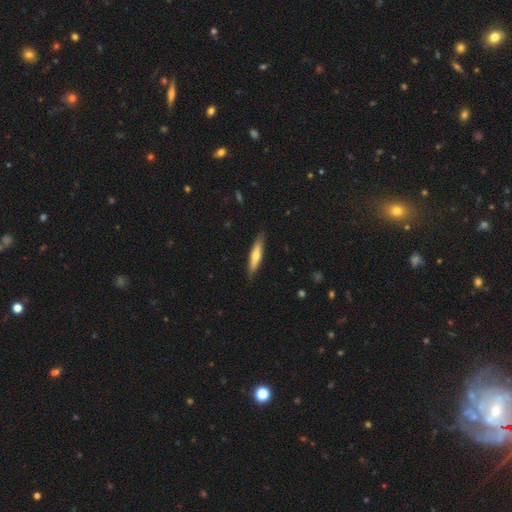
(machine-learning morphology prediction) This appears to be a smooth galaxy with no disk features (53%) that is cigar-shaped (84%). Merging: none (86%).